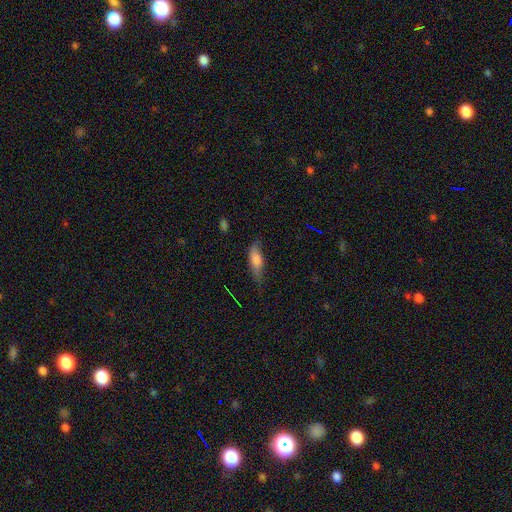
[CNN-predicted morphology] This appears to be a smooth galaxy with no disk features (61%) that is in between round and cigar-shaped (49%). Merging: none (63%).